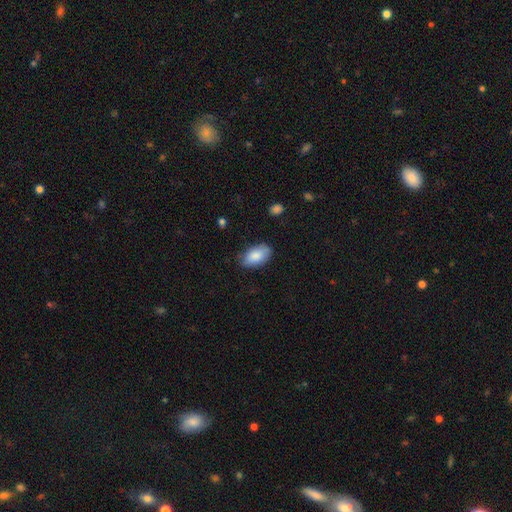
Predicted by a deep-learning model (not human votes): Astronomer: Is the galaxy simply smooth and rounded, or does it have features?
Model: smooth — 85%.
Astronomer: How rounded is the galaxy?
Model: in between — 94%.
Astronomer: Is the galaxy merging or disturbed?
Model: none — 76%.